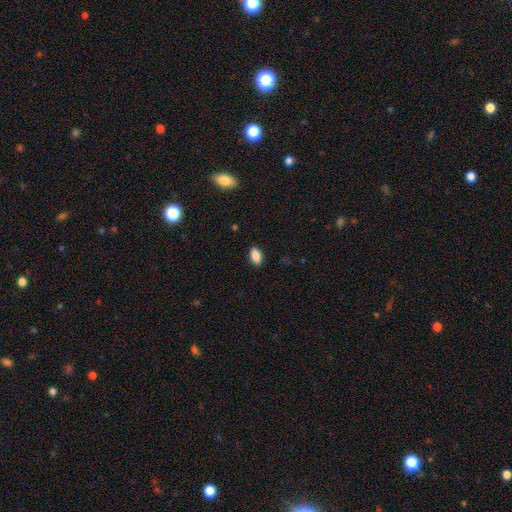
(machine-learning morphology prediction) This appears to be a smooth galaxy with no disk features (88%) that is in between round and cigar-shaped (92%). Merging: none (88%).